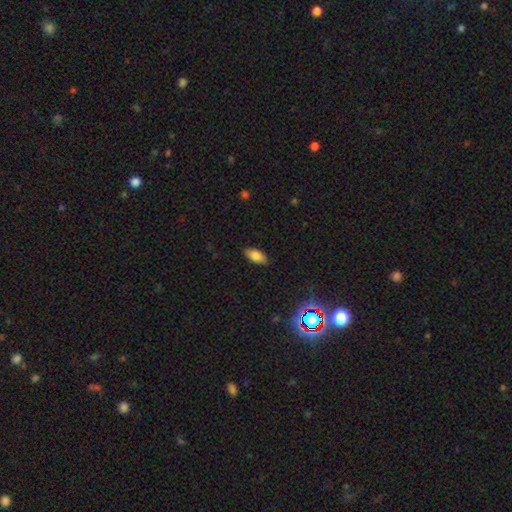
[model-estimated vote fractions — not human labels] Overall: smooth (83%). How rounded: in between (90%). Merging: none (87%).